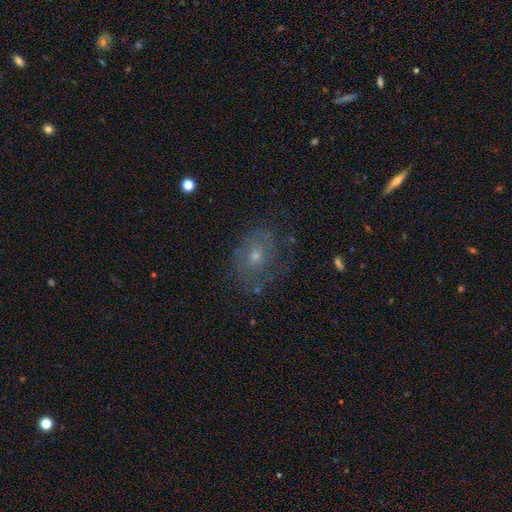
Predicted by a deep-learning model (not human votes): A featured or disk galaxy (47%).

Vote fractions:
- Smooth or featured? featured or disk: 47% / smooth: 39% / star or artifact: 14%
- Merging? none: 64% / minor disturbance: 21% / major disturbance: 13% / merger: 2%